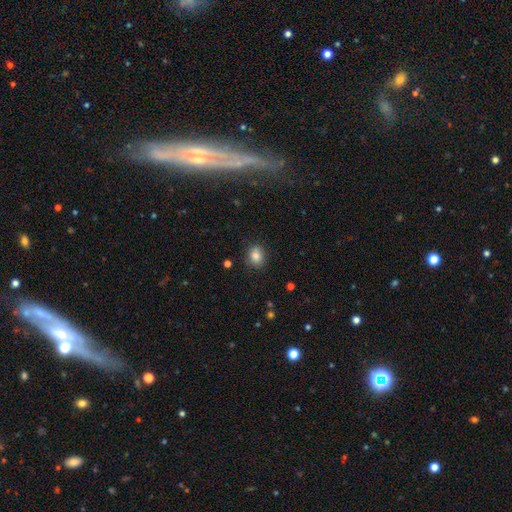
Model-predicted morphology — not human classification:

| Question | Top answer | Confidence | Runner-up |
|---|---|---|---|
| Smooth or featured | smooth | 82% | star or artifact (11%) |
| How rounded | round | 58% | in between (41%) |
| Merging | none | 80% | minor disturbance (13%) |